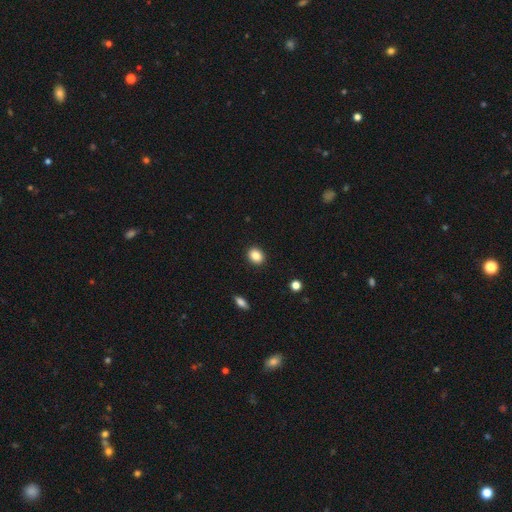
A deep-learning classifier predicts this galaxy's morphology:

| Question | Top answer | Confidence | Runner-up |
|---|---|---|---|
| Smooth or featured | smooth | 86% | star or artifact (9%) |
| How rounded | round | 55% | in between (44%) |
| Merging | none | 91% | minor disturbance (6%) |